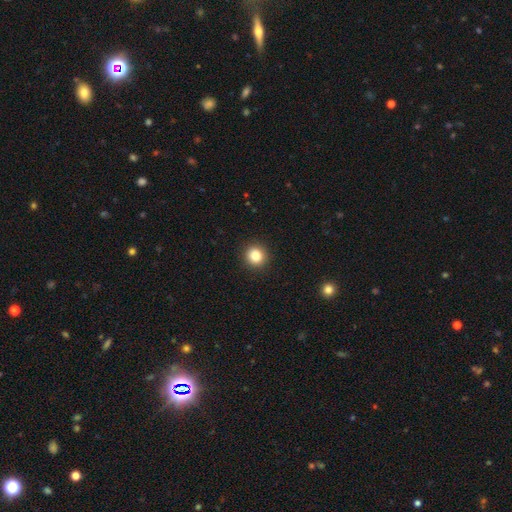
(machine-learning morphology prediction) type=smooth (84%); roundness=round (92%); merging=none (93%).